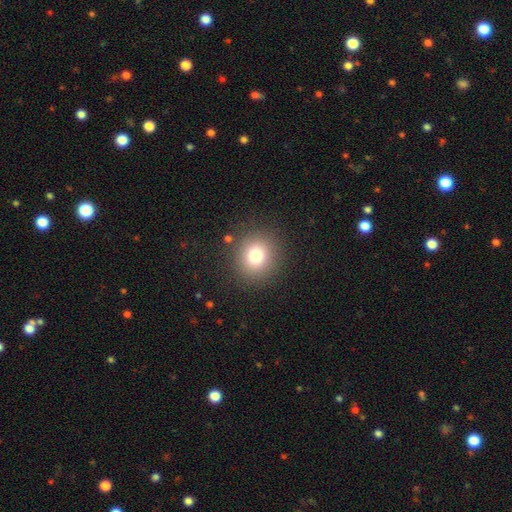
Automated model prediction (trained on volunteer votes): Smooth or featured?
  - smooth: 76% *
  - star or artifact: 14%
  - featured or disk: 10%
How rounded?
  - round: 86% *
  - in between: 13%
  - cigar-shaped: 1%
Merging?
  - none: 88% *
  - minor disturbance: 7%
  - major disturbance: 3%
  - merger: 2%